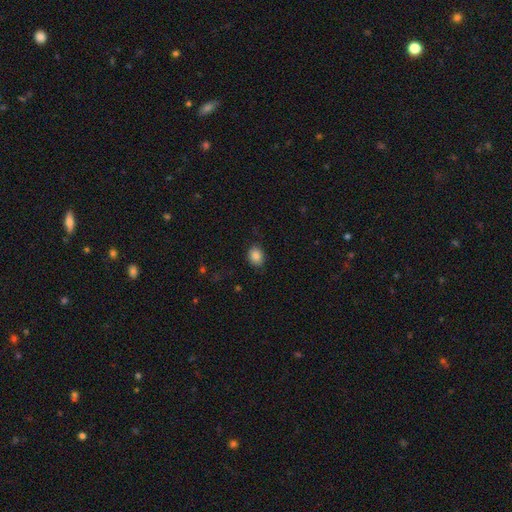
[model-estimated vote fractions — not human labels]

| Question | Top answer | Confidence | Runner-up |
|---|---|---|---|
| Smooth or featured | smooth | 85% | star or artifact (9%) |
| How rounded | in between | 55% | round (44%) |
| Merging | none | 83% | minor disturbance (13%) |